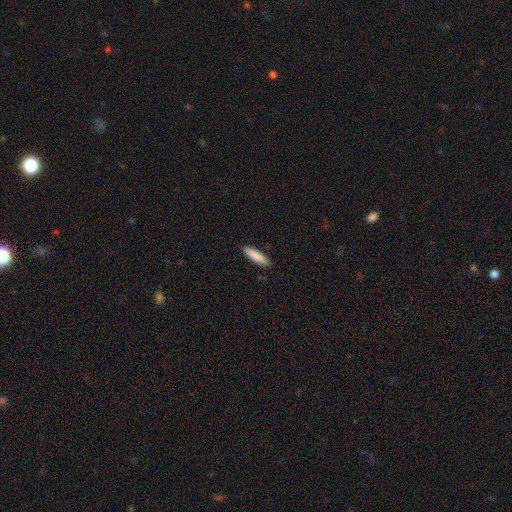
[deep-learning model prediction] Smooth or featured: smooth — 86% (featured or disk — 8%)
How rounded: cigar-shaped — 70% (in between — 28%)
Merging: none — 89% (minor disturbance — 8%)